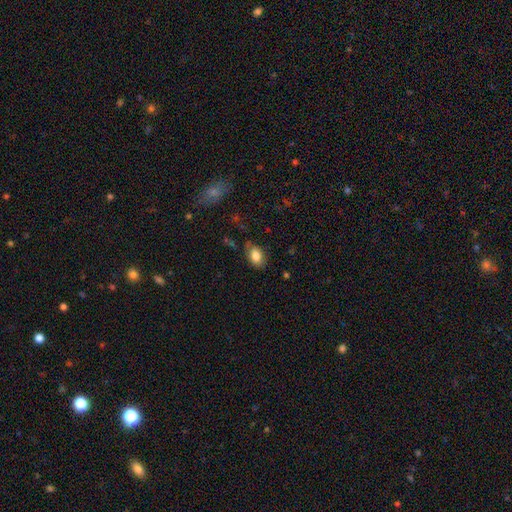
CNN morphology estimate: This is clearly a smooth galaxy (83%). How rounded: clearly in between (87%). Merging: likely none (74%).